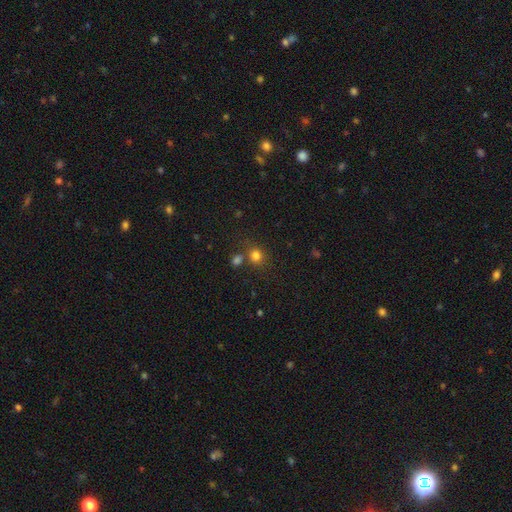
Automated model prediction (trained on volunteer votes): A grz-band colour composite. It shows a smooth galaxy with no disk features (79%) that is round (79%). Merging: none (63%).